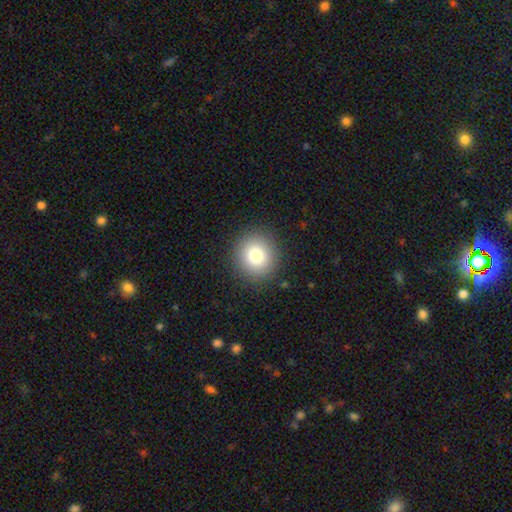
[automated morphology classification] type=smooth (79%); roundness=round (90%); merging=none (90%).